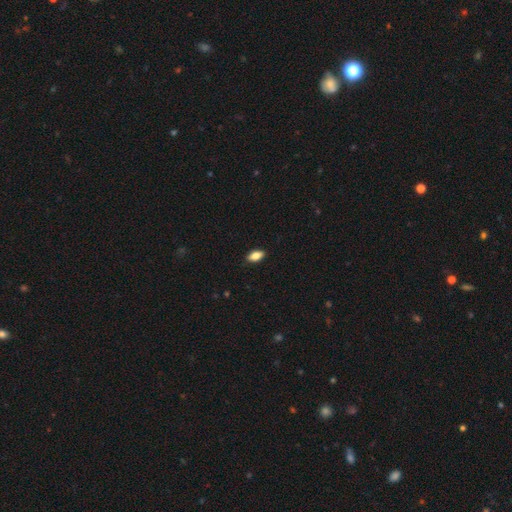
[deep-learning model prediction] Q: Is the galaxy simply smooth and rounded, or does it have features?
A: smooth — 81%.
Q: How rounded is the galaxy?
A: in between — 89%.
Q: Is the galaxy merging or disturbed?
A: none — 88%.